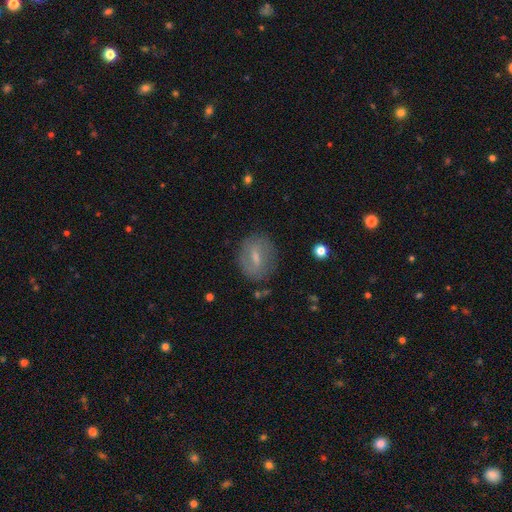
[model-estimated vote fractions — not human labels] This appears to be a smooth galaxy with no disk features (45%). Merging: none (79%).